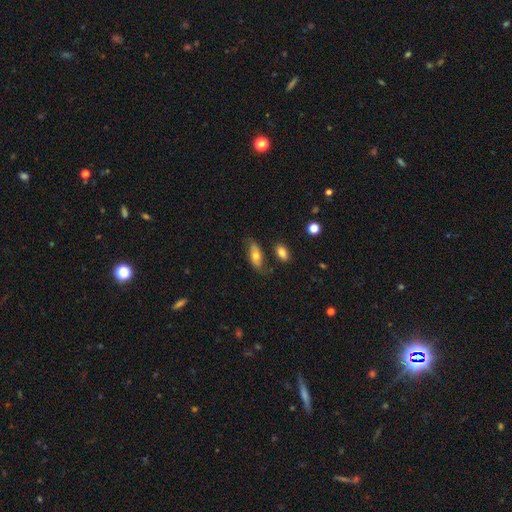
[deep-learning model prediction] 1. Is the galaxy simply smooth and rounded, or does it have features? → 58% smooth, 34% featured or disk, 8% star or artifact.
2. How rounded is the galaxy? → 83% in between, 13% cigar-shaped, 4% round.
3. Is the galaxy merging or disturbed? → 65% none, 22% minor disturbance, 7% major disturbance, 6% merger.